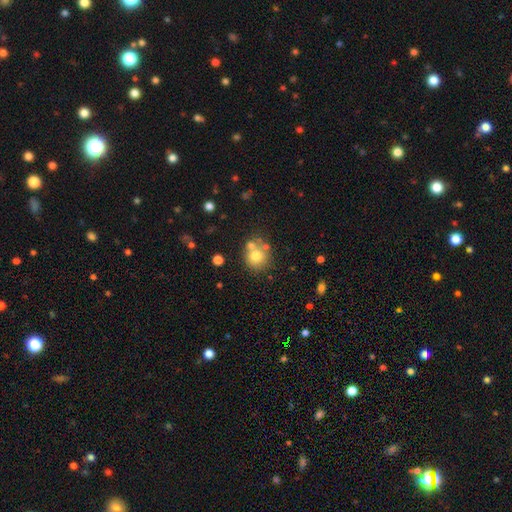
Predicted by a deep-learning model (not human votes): smooth_or_featured: smooth (p=0.71) [alt: featured or disk p=0.16]
how_rounded: round (p=0.86) [alt: in between p=0.13]
merging: none (p=0.57) [alt: merger p=0.27]